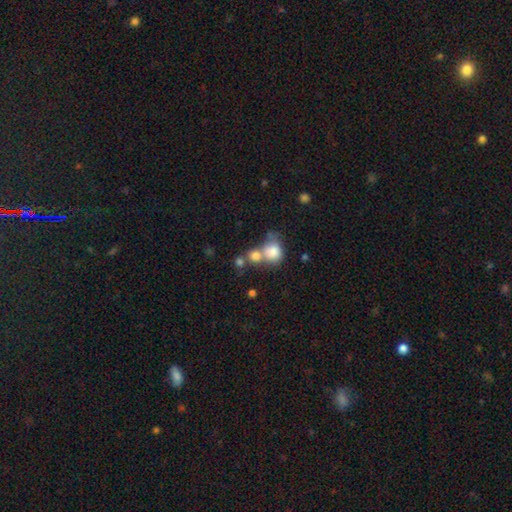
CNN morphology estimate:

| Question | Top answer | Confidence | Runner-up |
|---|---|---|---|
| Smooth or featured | smooth | 78% | featured or disk (11%) |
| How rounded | round | 74% | in between (24%) |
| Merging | merger | 53% | none (33%) |